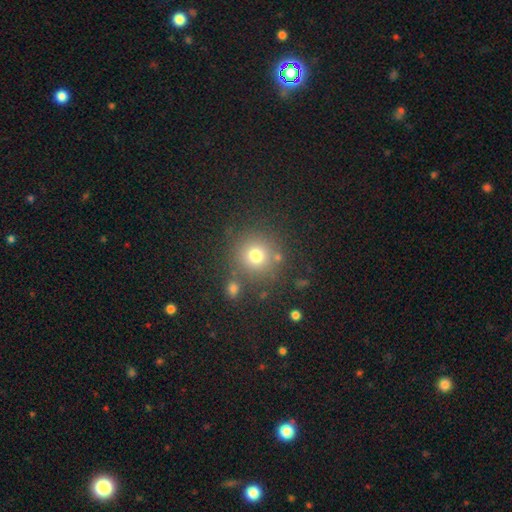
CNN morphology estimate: smooth_or_featured: smooth (p=0.74) [alt: star or artifact p=0.16]
how_rounded: round (p=0.93) [alt: in between p=0.06]
merging: none (p=0.79) [alt: minor disturbance p=0.09]